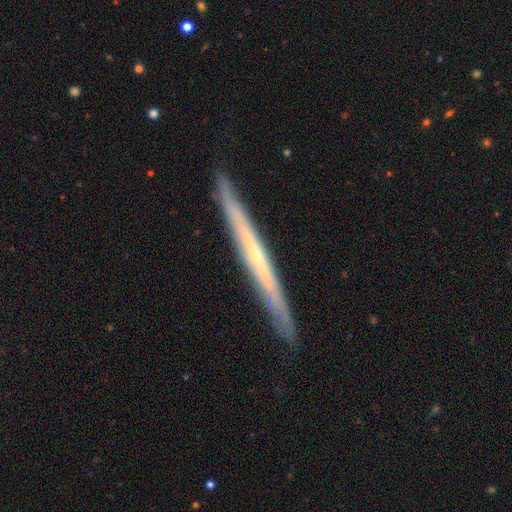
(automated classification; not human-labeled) Smooth or featured?
  - featured or disk: 70% *
  - smooth: 24%
  - star or artifact: 6%
Edge-on disk?
  - yes: 95% *
  - no: 5%
Edge-on bulge?
  - none: 66% *
  - rounded: 30%
  - boxy: 4%
Merging?
  - none: 90% *
  - minor disturbance: 7%
  - major disturbance: 1%
  - merger: 1%